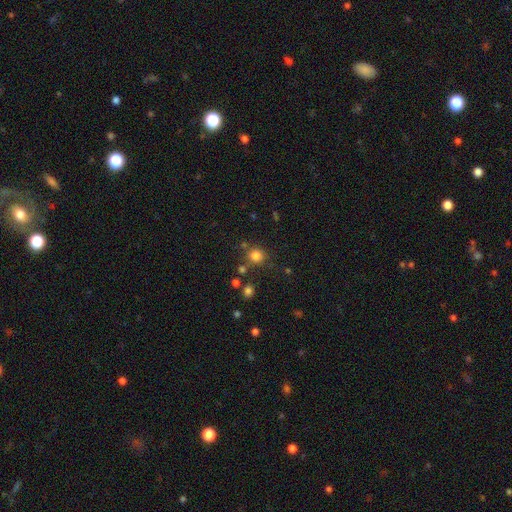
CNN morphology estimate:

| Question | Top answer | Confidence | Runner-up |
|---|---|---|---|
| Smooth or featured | smooth | 79% | star or artifact (15%) |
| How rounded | round | 88% | in between (11%) |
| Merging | none | 76% | minor disturbance (10%) |